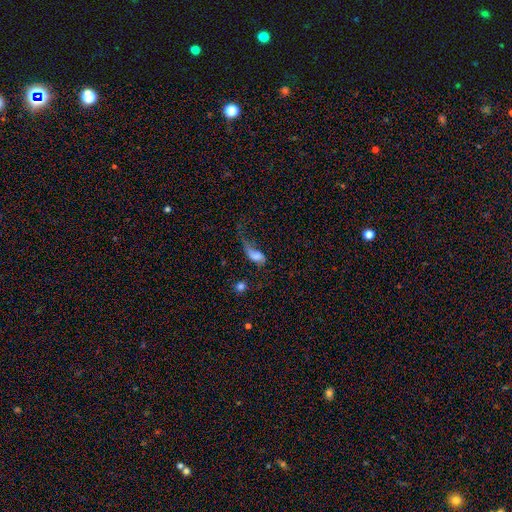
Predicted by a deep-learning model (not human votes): Smooth or featured: smooth — 56% (featured or disk — 33%)
How rounded: in between — 84% (round — 9%)
Merging: major disturbance — 56% (minor disturbance — 19%)